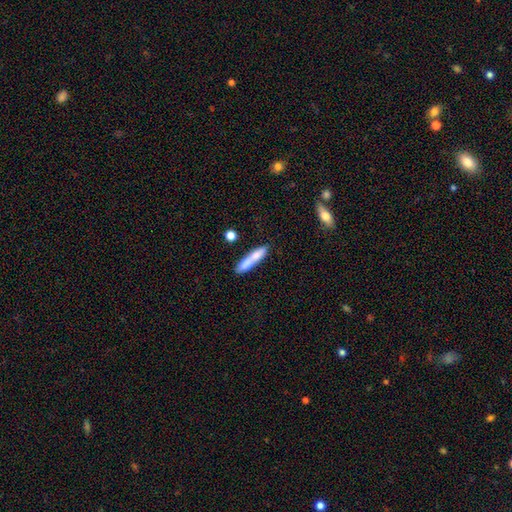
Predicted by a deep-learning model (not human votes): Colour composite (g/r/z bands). It shows a smooth galaxy with no disk features (66%) that is cigar-shaped (79%). Merging: none (48%).